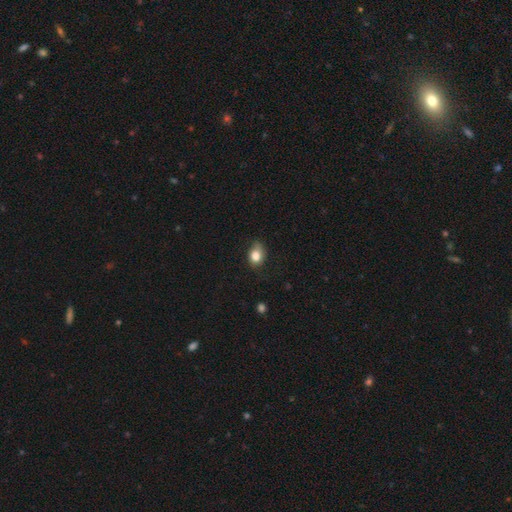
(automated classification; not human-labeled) Smooth or featured: smooth — 82% (star or artifact — 9%)
How rounded: in between — 59% (round — 39%)
Merging: none — 60% (minor disturbance — 31%)